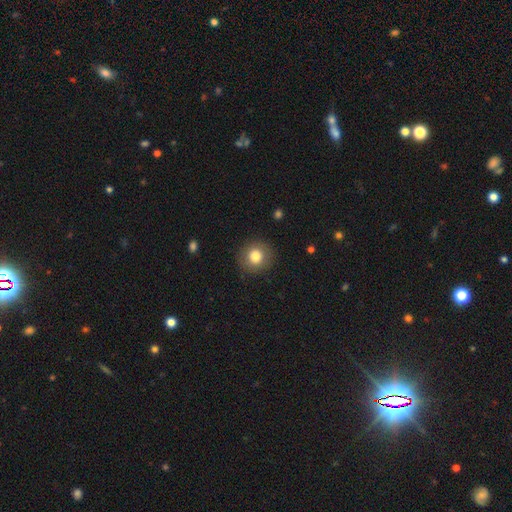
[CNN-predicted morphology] This appears to be a smooth galaxy with no disk features (80%) that is round (90%). Merging: none (89%).